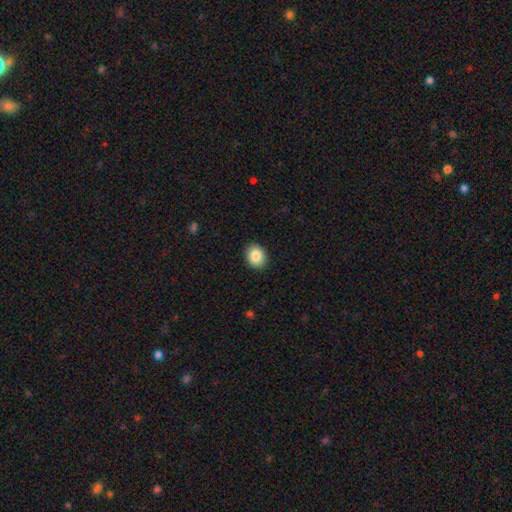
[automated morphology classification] Smooth or featured? Predicted: smooth (p=0.86). How rounded? Predicted: round (p=0.57). Merging? Predicted: none (p=0.90).